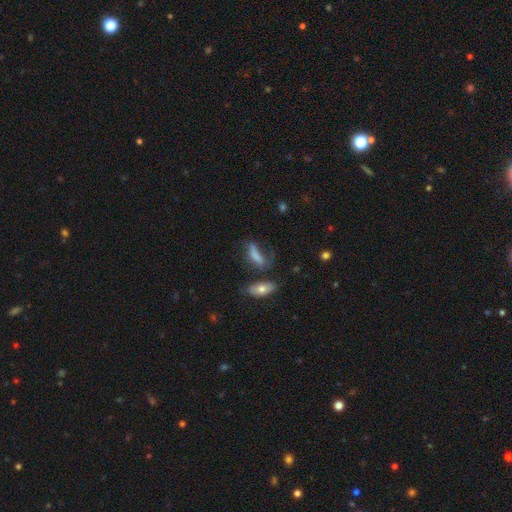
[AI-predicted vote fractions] This appears to be a smooth galaxy with no disk features (69%) that is in between round and cigar-shaped (49%). Merging: none (34%).